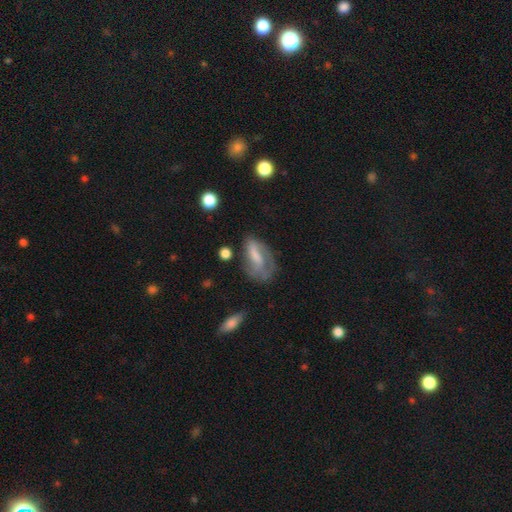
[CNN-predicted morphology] A smooth galaxy with no disk features (47%).

Vote fractions:
- Smooth or featured? smooth: 47% / featured or disk: 44% / star or artifact: 9%
- Merging? none: 45% / minor disturbance: 28% / major disturbance: 24% / merger: 4%